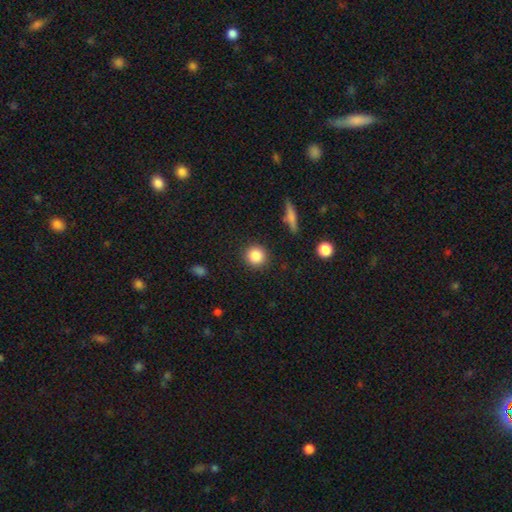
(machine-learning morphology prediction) This appears to be a smooth galaxy with no disk features (85%) that is round (91%). Merging: none (89%).